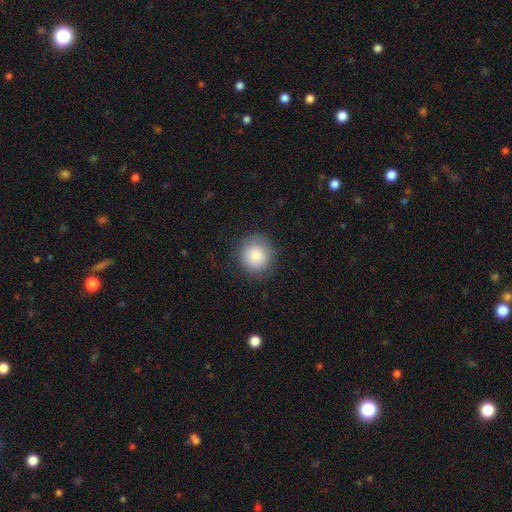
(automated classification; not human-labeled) Smooth or featured? smooth (82%)
How rounded? round (93%)
Merging? none (85%)